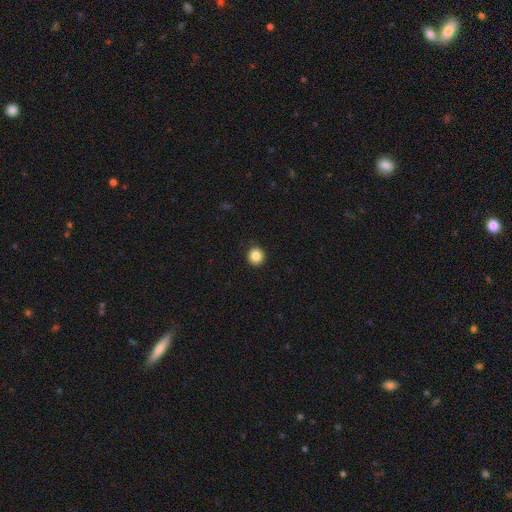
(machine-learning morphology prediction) type=smooth (85%); roundness=round (93%); merging=none (92%).